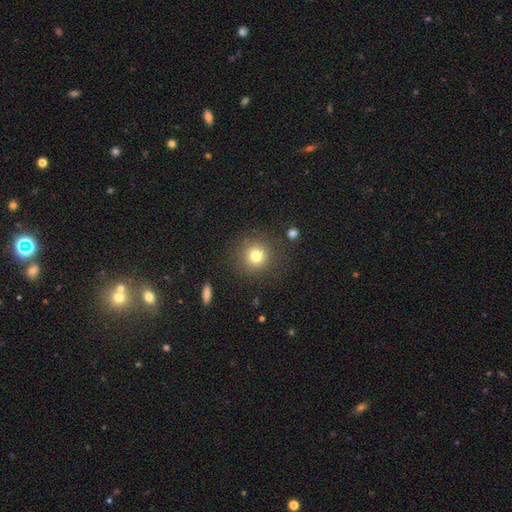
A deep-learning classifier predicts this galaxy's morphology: Smooth or featured? Predicted: smooth (p=0.78). How rounded? Predicted: round (p=0.93). Merging? Predicted: none (p=0.87).